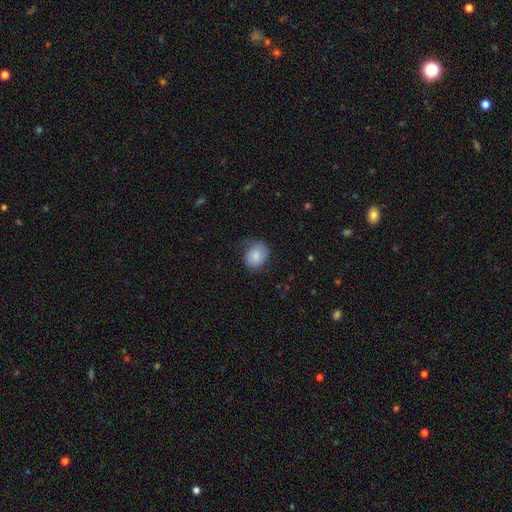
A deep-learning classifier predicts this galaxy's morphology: Overall: smooth (81%). How rounded: round (56%; in between 44%). Merging: none (63%; minor disturbance 27%).